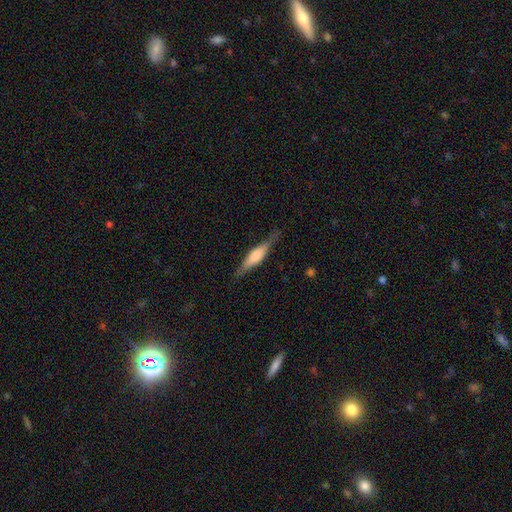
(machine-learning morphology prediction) This is possibly a featured or disk galaxy (49%). Merging: clearly none (81%).